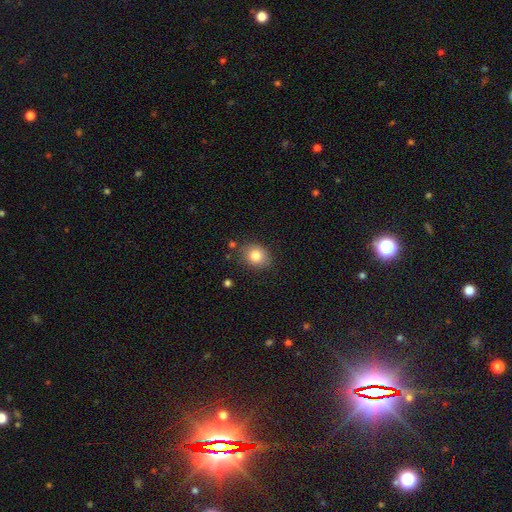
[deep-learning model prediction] Morphology: type=smooth (82%); roundness=round (51%); merging=none (81%).